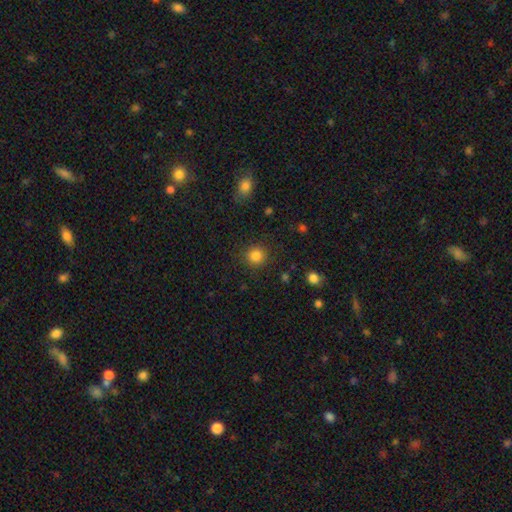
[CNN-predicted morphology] This is clearly a smooth galaxy (84%). How rounded: clearly round (91%). Merging: clearly none (88%).